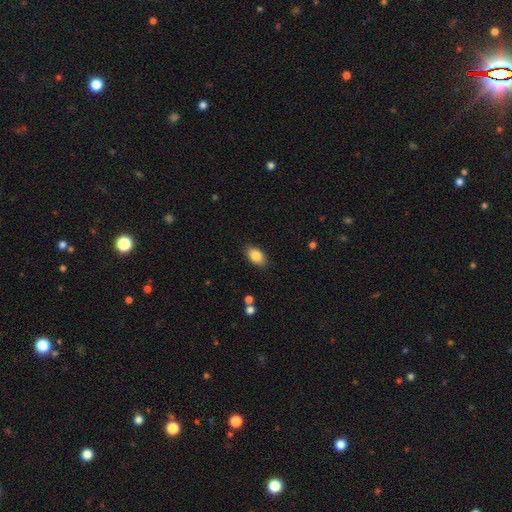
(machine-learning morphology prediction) Smooth or featured? Predicted: smooth (p=0.85). How rounded? Predicted: in between (p=0.92). Merging? Predicted: none (p=0.87).